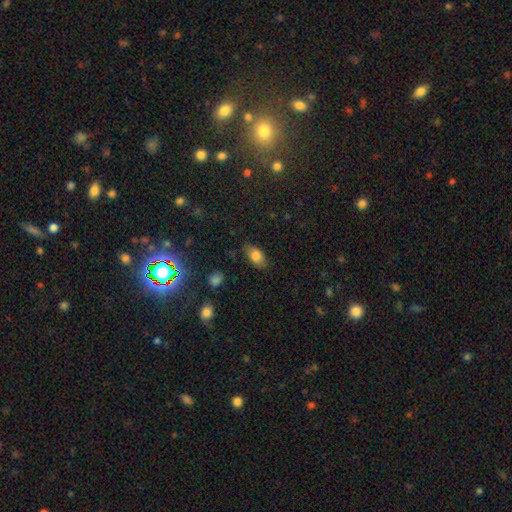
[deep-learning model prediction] A smooth galaxy with no disk features (80%) that is in between round and cigar-shaped (90%). Merging: none (82%).